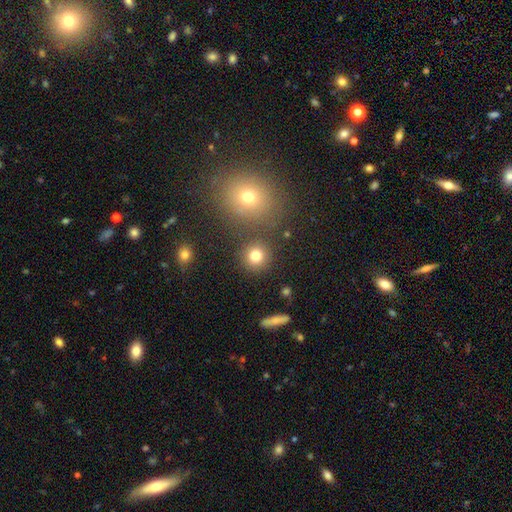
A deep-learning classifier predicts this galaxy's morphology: The model was most divided on "smooth or featured": smooth: 79%, star or artifact: 14%, featured or disk: 7%. More confident: how rounded — round (91%); merging — none (84%).